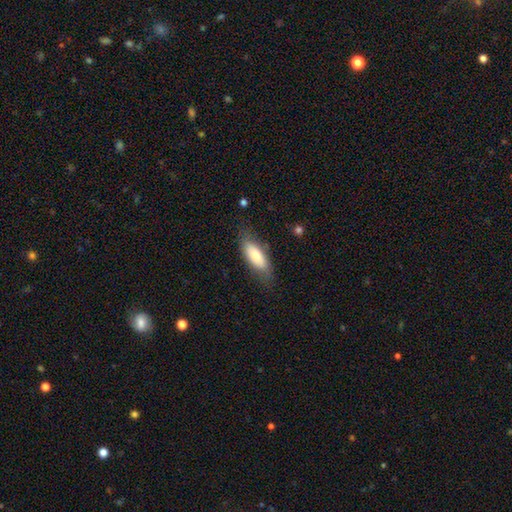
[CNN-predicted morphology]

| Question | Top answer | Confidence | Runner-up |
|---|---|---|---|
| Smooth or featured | smooth | 74% | featured or disk (20%) |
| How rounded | in between | 74% | cigar-shaped (24%) |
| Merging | none | 72% | minor disturbance (20%) |